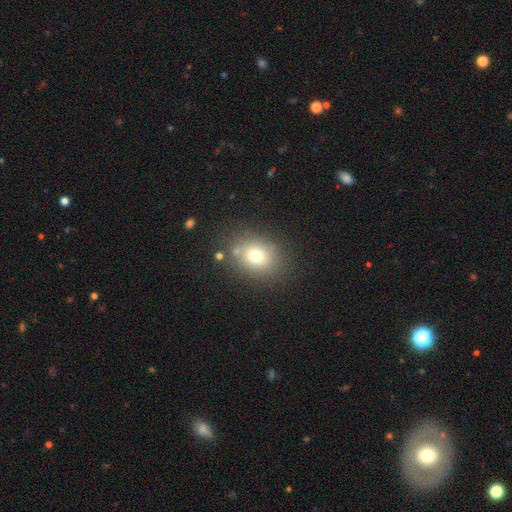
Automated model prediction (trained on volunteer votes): This appears to be a smooth galaxy with no disk features (73%) that is round (52%). Merging: none (77%).